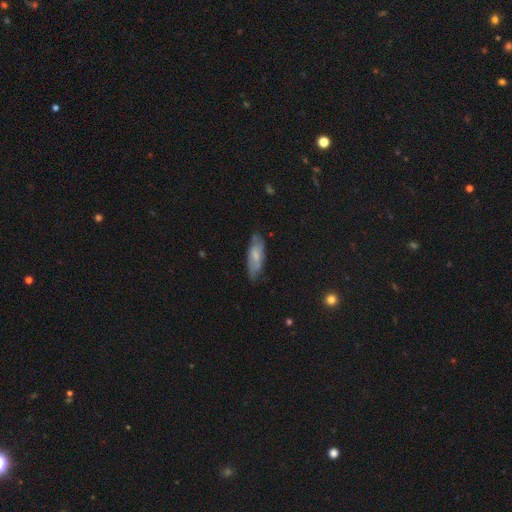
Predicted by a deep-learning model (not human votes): Smooth or featured? smooth (57%)
How rounded? in between (62%)
Merging? none (71%)